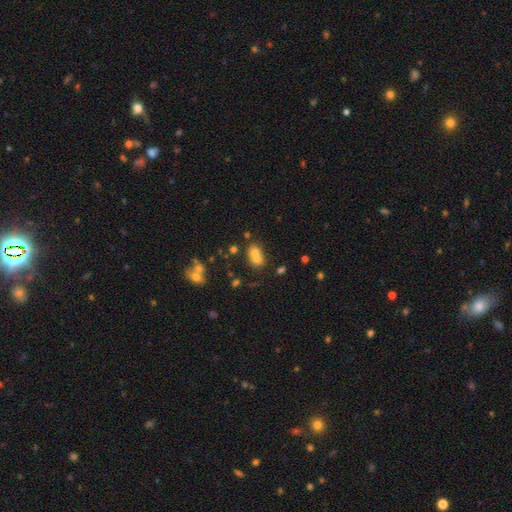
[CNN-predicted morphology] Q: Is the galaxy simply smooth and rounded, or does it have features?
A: smooth — 66%.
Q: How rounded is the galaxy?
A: round — 54%.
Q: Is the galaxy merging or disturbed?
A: merger — 61%.